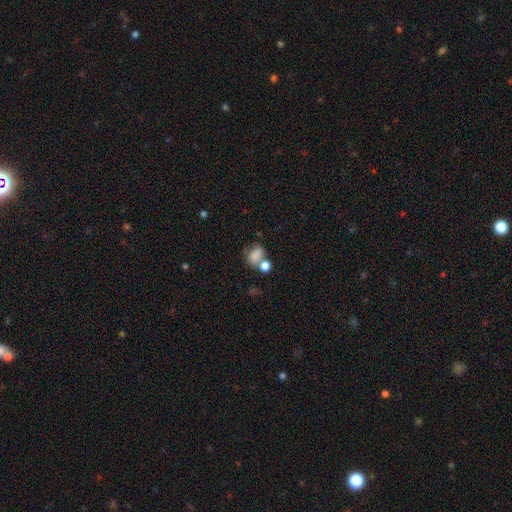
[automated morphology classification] This appears to be a smooth galaxy with no disk features (77%) that is in between round and cigar-shaped (67%). Merging: merger (44%).